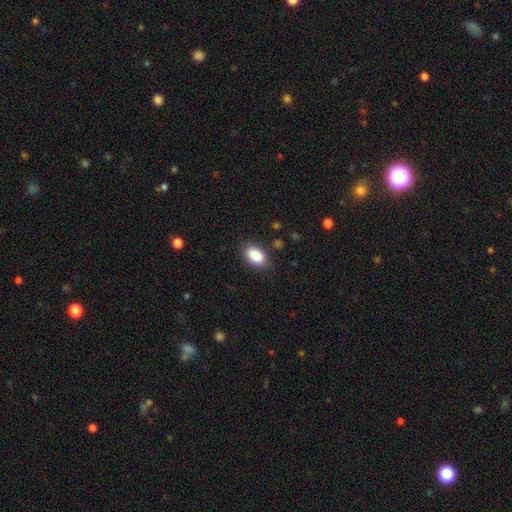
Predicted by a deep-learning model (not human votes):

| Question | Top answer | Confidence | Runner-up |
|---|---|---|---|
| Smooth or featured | smooth | 89% | star or artifact (7%) |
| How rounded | in between | 89% | round (10%) |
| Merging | none | 85% | minor disturbance (11%) |